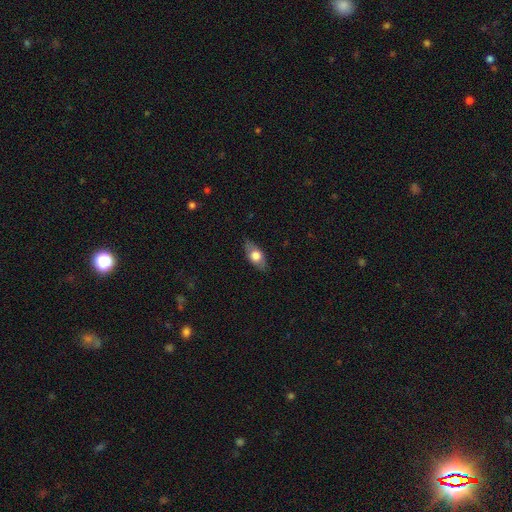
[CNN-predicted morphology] A smooth galaxy with no disk features (63%) that is in between round and cigar-shaped (82%).

Vote fractions:
- Smooth or featured? smooth: 63% / featured or disk: 31% / star or artifact: 7%
- How rounded? in between: 82% / cigar-shaped: 10% / round: 7%
- Merging? none: 81% / minor disturbance: 15% / major disturbance: 3% / merger: 1%